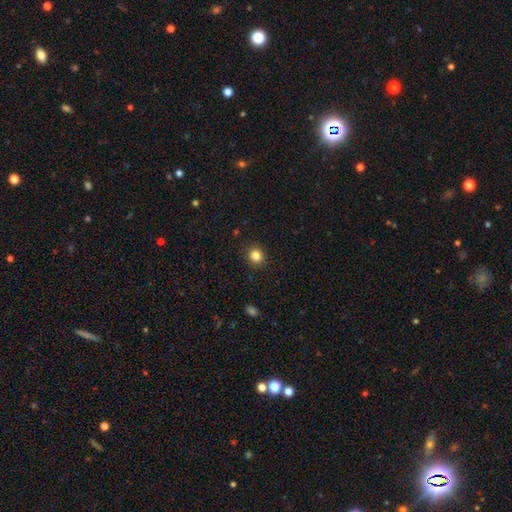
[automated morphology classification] Smooth or featured? smooth (84%)
How rounded? round (85%)
Merging? none (91%)